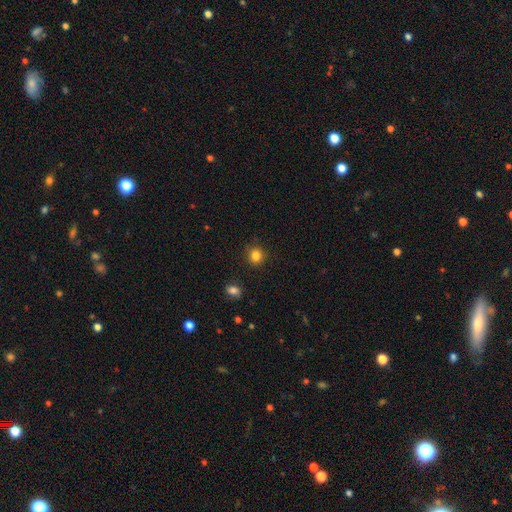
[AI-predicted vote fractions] The model was most divided on "smooth or featured": smooth: 83%, star or artifact: 12%, featured or disk: 4%. More confident: merging — none (90%); how rounded — round (90%).